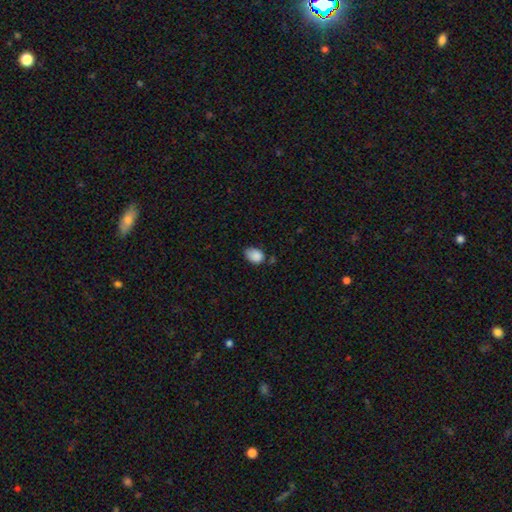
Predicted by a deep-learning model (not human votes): Q: Smooth or featured?
A: smooth (87%); runner-up: star or artifact (8%)
Q: How rounded?
A: in between (77%); runner-up: round (22%)
Q: Merging?
A: none (55%); runner-up: minor disturbance (34%)